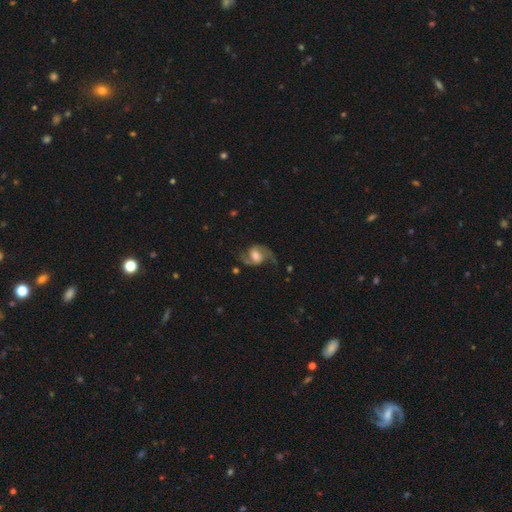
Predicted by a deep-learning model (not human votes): A featured or disk galaxy (82%) with no bar (44%), 2 (92%) loose (56%) spiral arms (95%) and a moderate central bulge (56%).

Vote fractions:
- Smooth or featured? featured or disk: 82% / smooth: 12% / star or artifact: 6%
- Edge-on disk? no: 97% / yes: 3%
- Bar? no: 44% / weak: 41% / strong: 14%
- Spiral arms? yes: 95% / no: 5%
- Spiral winding? loose: 56% / medium: 37% / tight: 8%
- Spiral arm count? 2: 92% / 1: 3% / can't tell: 2% / 3: 1% / 4: 1% / more than 4: 1%
- Bulge size? moderate: 56% / large: 23% / small: 15% / none: 3% / dominant: 3%
- Merging? none: 70% / minor disturbance: 16% / major disturbance: 12% / merger: 2%